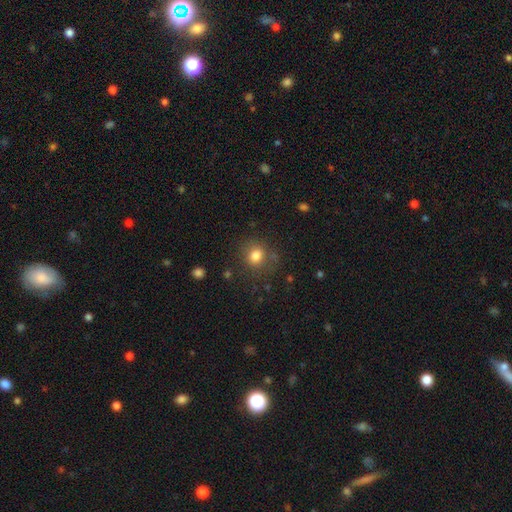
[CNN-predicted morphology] smooth 80%, star or artifact 13%, featured or disk 7%. Down the decision tree: how rounded — round (79%); merging — none (80%).